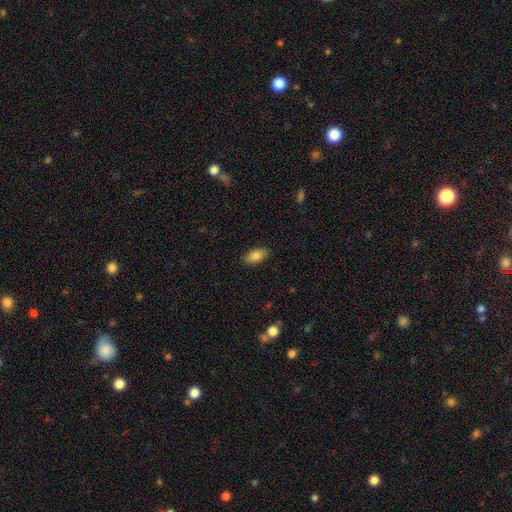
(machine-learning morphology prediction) Overall: smooth (84%). How rounded: in between (90%). Merging: none (87%).